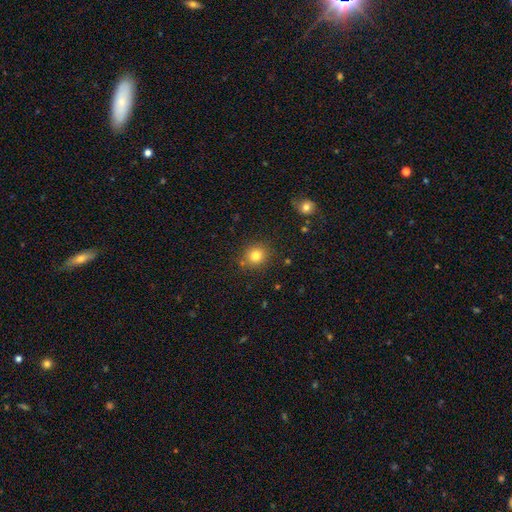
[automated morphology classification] smooth_or_featured: smooth (p=0.80) [alt: star or artifact p=0.13]
how_rounded: round (p=0.86) [alt: in between p=0.13]
merging: none (p=0.86) [alt: minor disturbance p=0.08]